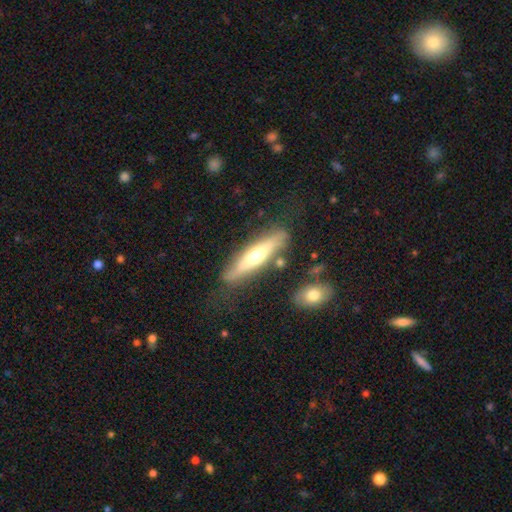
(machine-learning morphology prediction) featured or disk 54%, smooth 40%, star or artifact 6%. Down the decision tree: edge-on disk — yes (89%); merging — none (77%).